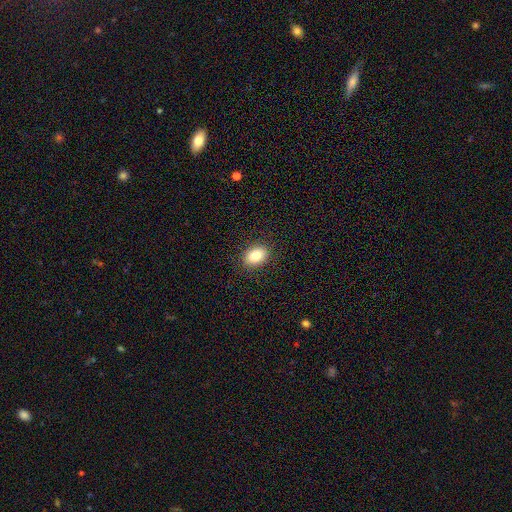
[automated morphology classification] Smooth or featured: smooth — 85% (star or artifact — 9%)
How rounded: in between — 77% (round — 22%)
Merging: none — 89% (minor disturbance — 8%)